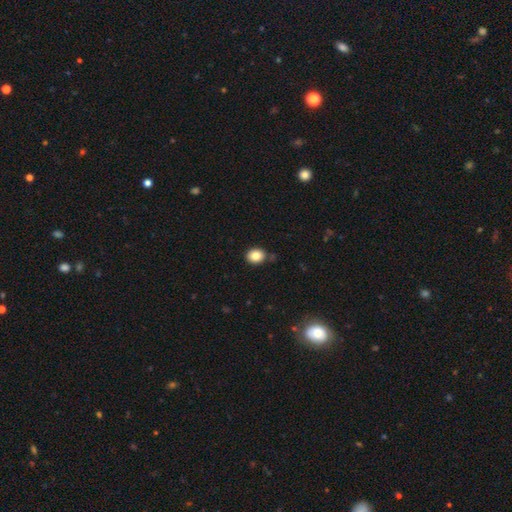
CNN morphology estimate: A smooth galaxy with no disk features (84%) that is round (57%). Merging: none (80%).